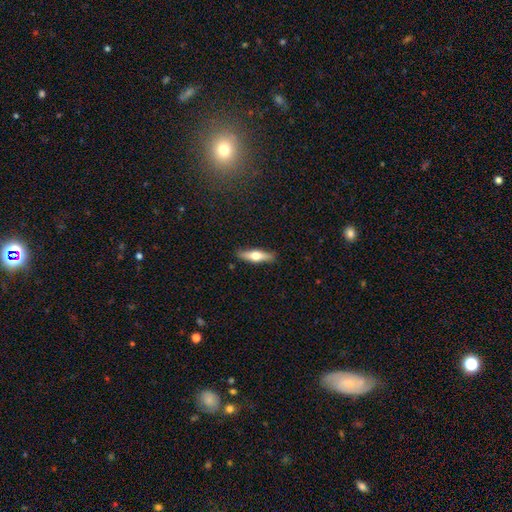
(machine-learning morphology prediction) Overall: featured or disk (51%; smooth 44%). Edge-on disk: yes (93%). Merging: none (89%).